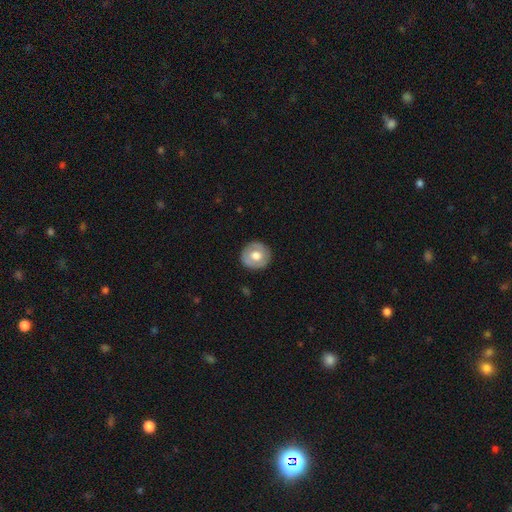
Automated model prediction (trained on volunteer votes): Smooth or featured?
  - smooth: 61% *
  - featured or disk: 33%
  - star or artifact: 7%
How rounded?
  - round: 91% *
  - in between: 8%
  - cigar-shaped: 1%
Merging?
  - none: 87% *
  - minor disturbance: 10%
  - major disturbance: 2%
  - merger: 1%